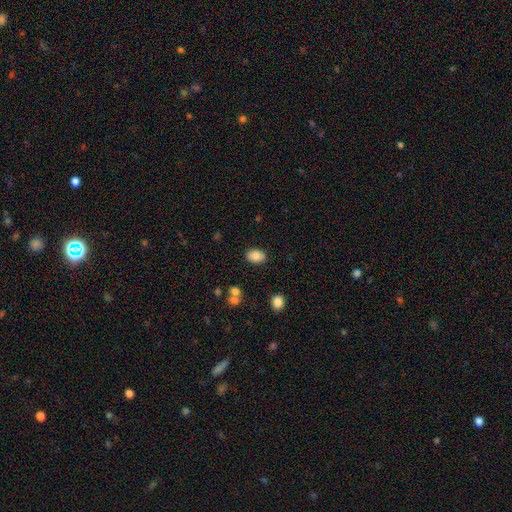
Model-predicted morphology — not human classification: The model was most divided on "how rounded": in between: 83%, round: 16%, cigar-shaped: 1%. More confident: merging — none (85%); smooth or featured — smooth (82%).